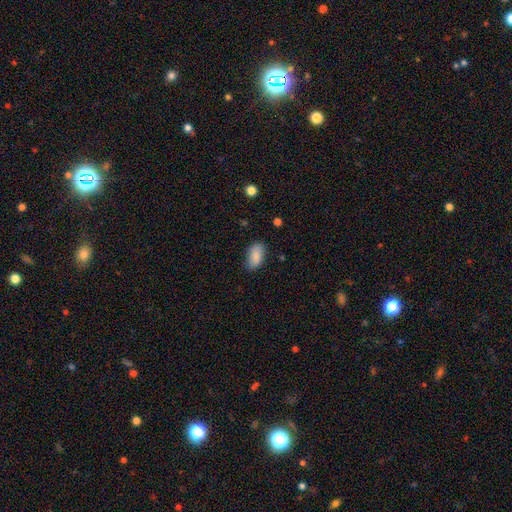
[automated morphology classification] A smooth galaxy with no disk features (87%) that is in between round and cigar-shaped (92%). Merging: none (77%).